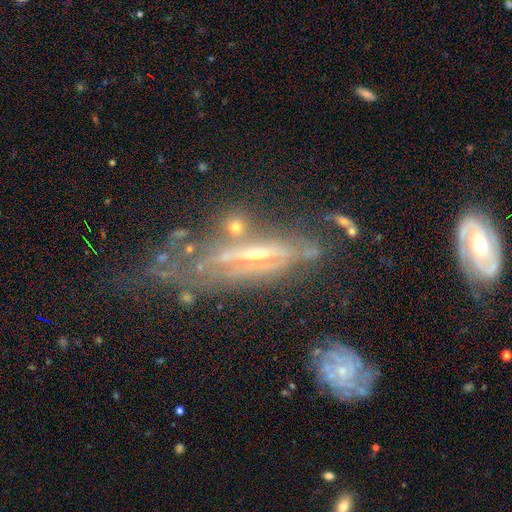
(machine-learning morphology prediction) Smooth or featured? Predicted: featured or disk (p=0.75). Edge-on disk? Predicted: yes (p=0.54). Merging? Predicted: none (p=0.37).